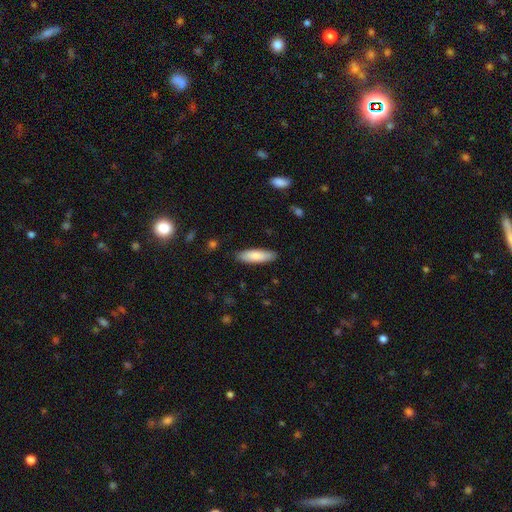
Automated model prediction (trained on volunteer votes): Smooth or featured? Predicted: smooth (p=0.85). How rounded? Predicted: cigar-shaped (p=0.51). Merging? Predicted: none (p=0.87).